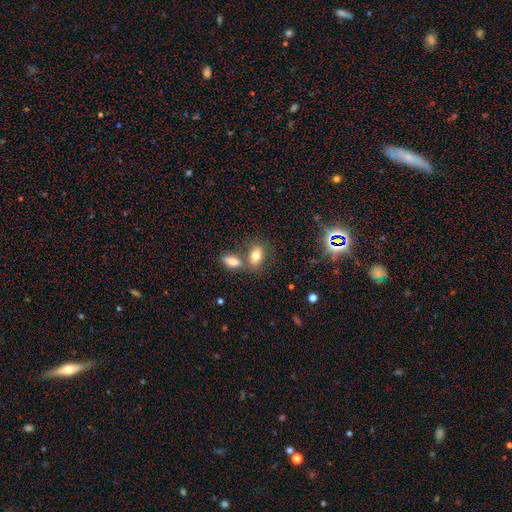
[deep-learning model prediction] smooth-or-featured: smooth: 76% | featured or disk: 14% | star or artifact: 10%
  how-rounded: in between: 84% | round: 13% | cigar-shaped: 3%
  merging: none: 53% | merger: 32% | minor disturbance: 11% | major disturbance: 4%